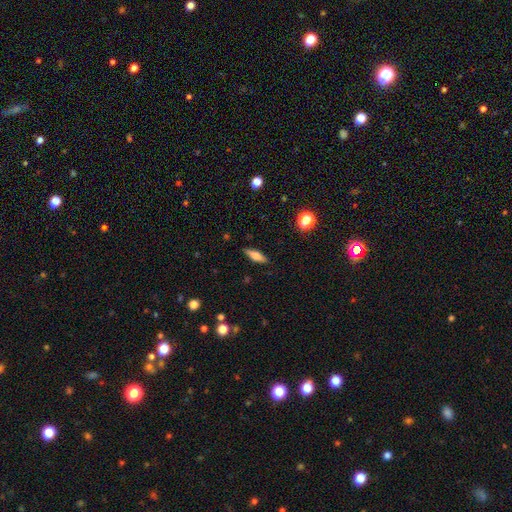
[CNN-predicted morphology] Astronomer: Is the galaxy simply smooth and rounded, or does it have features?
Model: smooth — 59%.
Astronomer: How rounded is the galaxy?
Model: cigar-shaped — 50% (runner-up: in between, 47%).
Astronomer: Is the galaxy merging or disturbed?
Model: none — 87%.